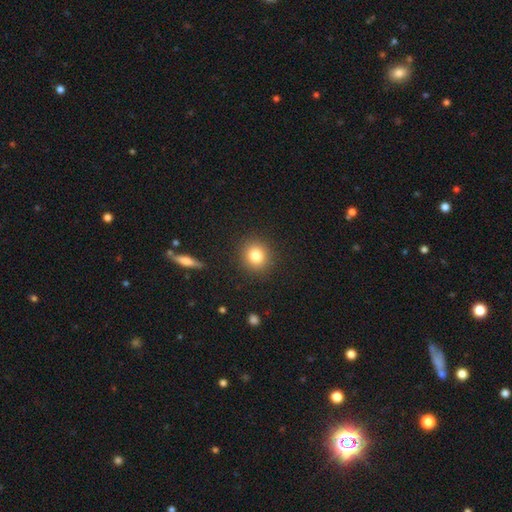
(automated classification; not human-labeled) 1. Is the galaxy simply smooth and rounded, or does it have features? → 82% smooth, 11% star or artifact, 7% featured or disk.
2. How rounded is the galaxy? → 88% round, 11% in between, 1% cigar-shaped.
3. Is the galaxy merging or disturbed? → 90% none, 7% minor disturbance, 2% major disturbance, 1% merger.